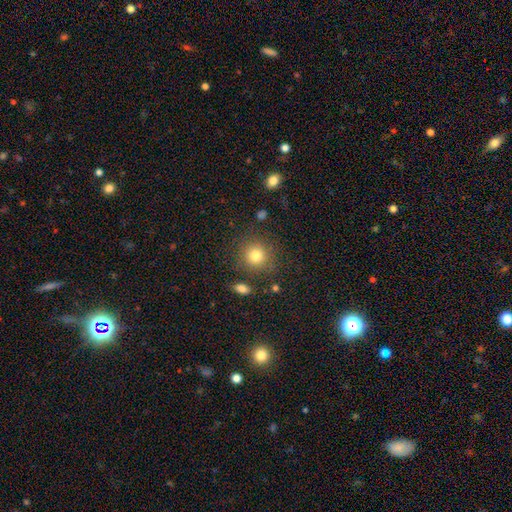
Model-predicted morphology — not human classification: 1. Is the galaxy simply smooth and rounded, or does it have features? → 81% smooth, 12% star or artifact, 8% featured or disk.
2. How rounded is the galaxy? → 89% round, 10% in between, 1% cigar-shaped.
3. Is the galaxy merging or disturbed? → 83% none, 10% minor disturbance, 4% major disturbance, 4% merger.